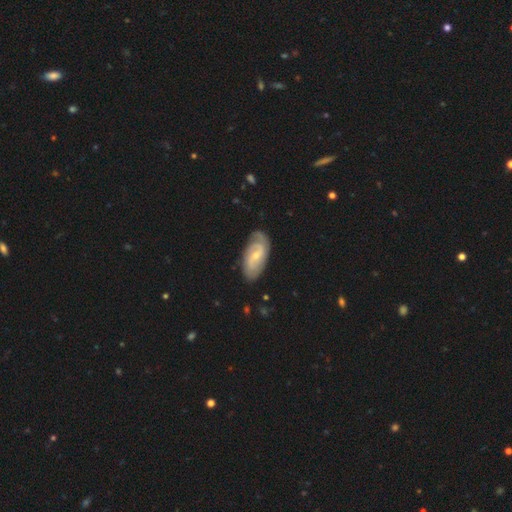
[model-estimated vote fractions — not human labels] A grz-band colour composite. It shows a featured or disk galaxy (79%) with a weak bar (48%), 2 (61%) tight (47%) spiral arms (93%) and a small central bulge (64%). Merging: none (75%).